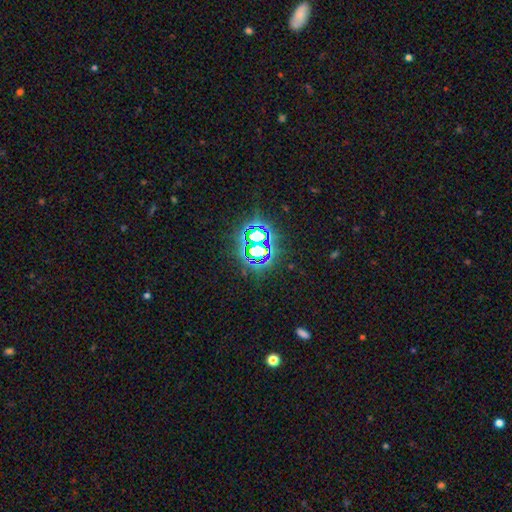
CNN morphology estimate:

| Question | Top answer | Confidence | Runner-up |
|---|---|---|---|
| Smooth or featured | star or artifact | 78% | smooth (13%) |